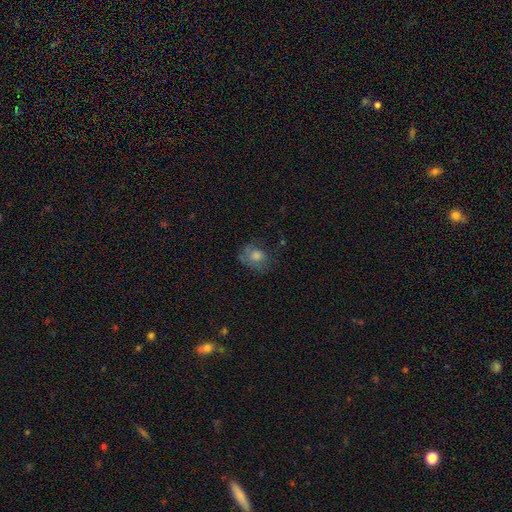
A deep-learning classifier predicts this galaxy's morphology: Q: Smooth or featured?
A: smooth (59%); runner-up: featured or disk (25%)
Q: How rounded?
A: round (58%); runner-up: in between (41%)
Q: Merging?
A: none (59%); runner-up: minor disturbance (24%)